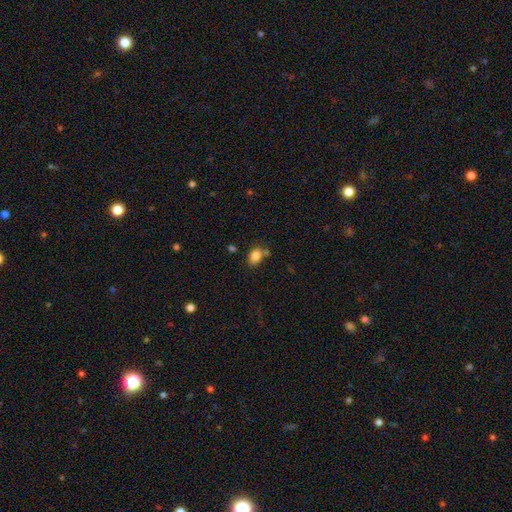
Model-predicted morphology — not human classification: A smooth galaxy with no disk features (83%) that is in between round and cigar-shaped (77%).

Vote fractions:
- Smooth or featured? smooth: 83% / star or artifact: 10% / featured or disk: 7%
- How rounded? in between: 77% / round: 22% / cigar-shaped: 1%
- Merging? none: 67% / minor disturbance: 16% / merger: 13% / major disturbance: 4%